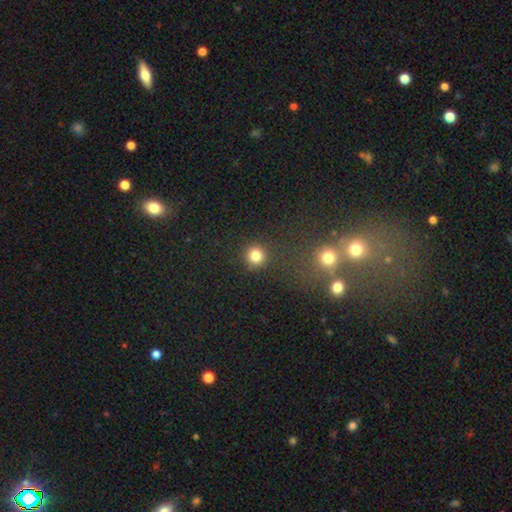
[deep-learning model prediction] Smooth or featured: smooth — 82% (star or artifact — 13%)
How rounded: round — 93% (in between — 6%)
Merging: none — 88% (minor disturbance — 6%)